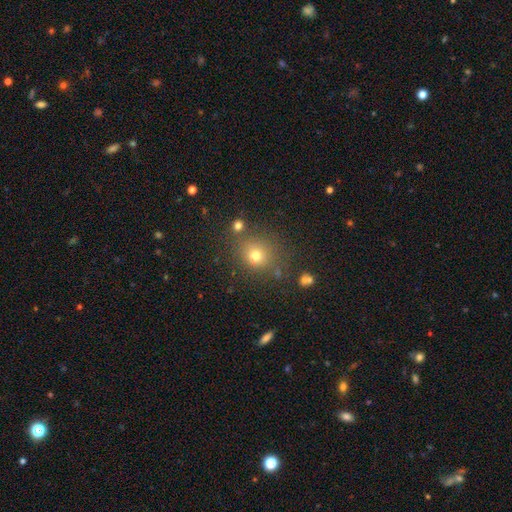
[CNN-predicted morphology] The model was most divided on "smooth or featured": smooth: 72%, star or artifact: 19%, featured or disk: 9%. More confident: how rounded — round (84%); merging — none (76%).